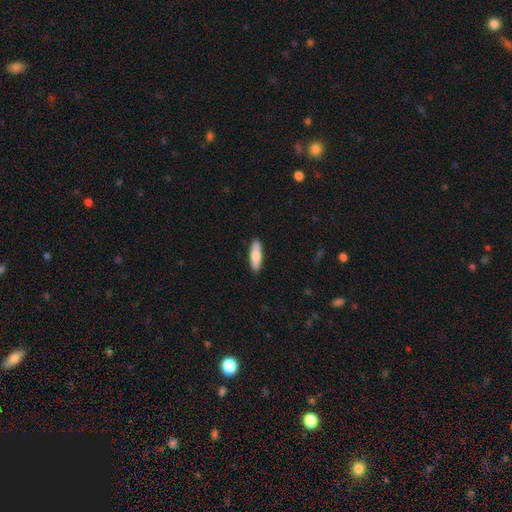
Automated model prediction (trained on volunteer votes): smooth 73%, featured or disk 22%, star or artifact 5%. Down the decision tree: how rounded — cigar-shaped (58%); merging — none (90%).